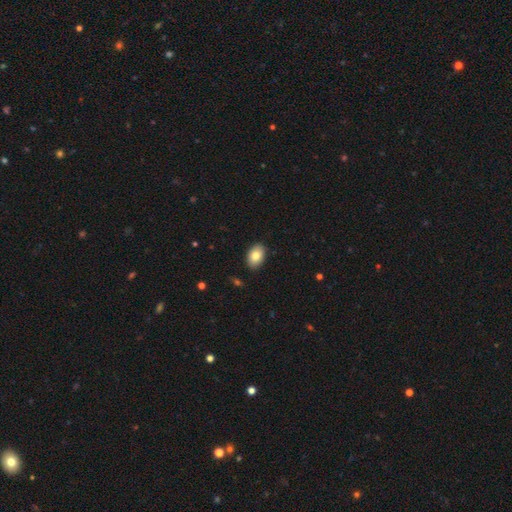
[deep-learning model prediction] smooth-or-featured: smooth: 82% | featured or disk: 11% | star or artifact: 7%
  how-rounded: in between: 88% | round: 11% | cigar-shaped: 1%
  merging: none: 89% | minor disturbance: 8% | major disturbance: 2% | merger: 1%